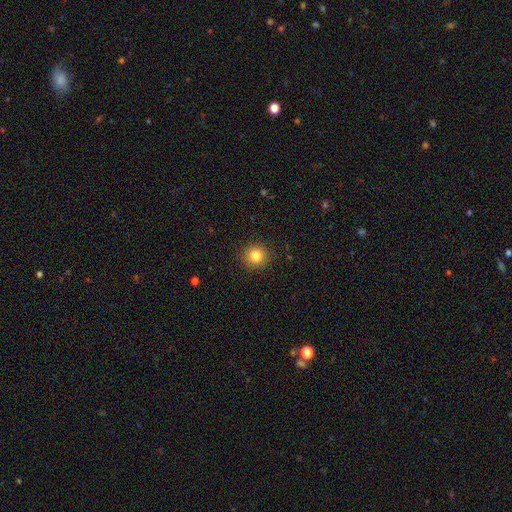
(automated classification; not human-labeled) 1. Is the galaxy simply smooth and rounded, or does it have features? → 84% smooth, 11% star or artifact, 5% featured or disk.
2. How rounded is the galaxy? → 93% round, 6% in between, 1% cigar-shaped.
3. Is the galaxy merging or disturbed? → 91% none, 6% minor disturbance, 2% major disturbance, 1% merger.